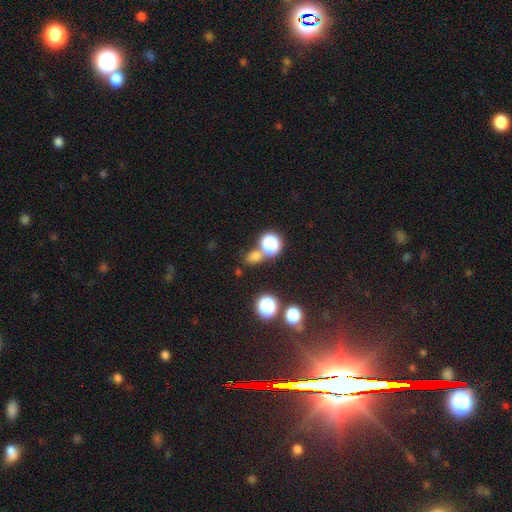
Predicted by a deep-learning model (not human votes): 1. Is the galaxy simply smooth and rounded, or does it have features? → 68% smooth, 26% star or artifact, 6% featured or disk.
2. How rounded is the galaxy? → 64% round, 35% in between, 1% cigar-shaped.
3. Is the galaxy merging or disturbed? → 66% none, 20% merger, 10% minor disturbance, 4% major disturbance.